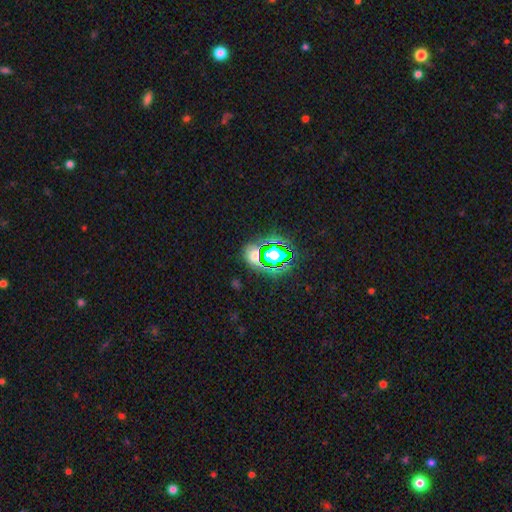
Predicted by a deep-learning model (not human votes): Q: Smooth or featured?
A: star or artifact (56%); runner-up: smooth (33%)